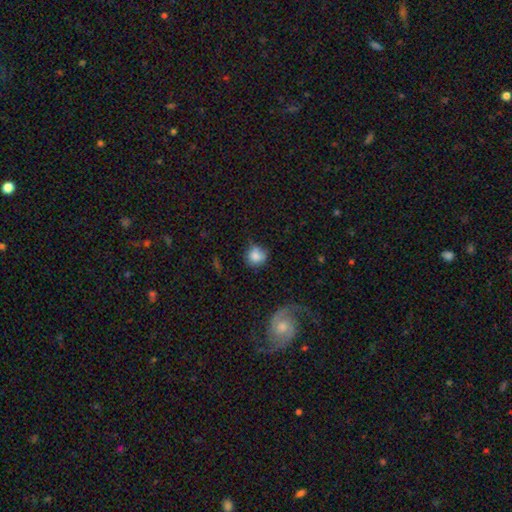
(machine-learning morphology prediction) This is likely a smooth galaxy (79%). How rounded: likely round (78%). Merging: possibly none (53%).